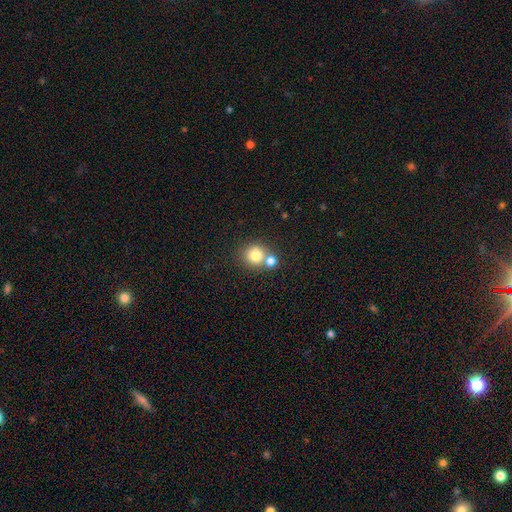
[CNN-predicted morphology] The model was most divided on "merging": none: 53%, merger: 37%, minor disturbance: 7%, major disturbance: 3%. More confident: how rounded — round (88%); smooth or featured — smooth (78%).